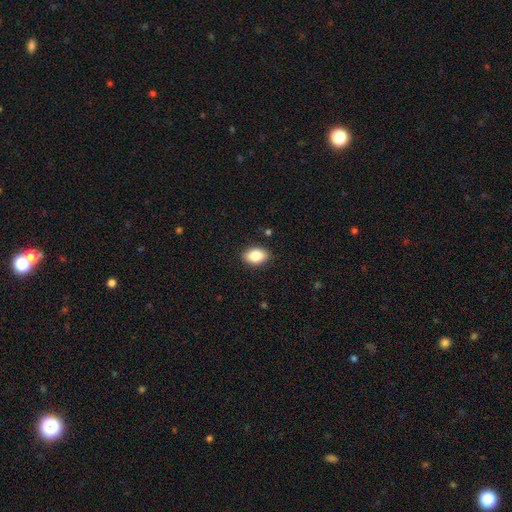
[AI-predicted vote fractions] Overall: smooth (85%). How rounded: in between (86%). Merging: none (88%).